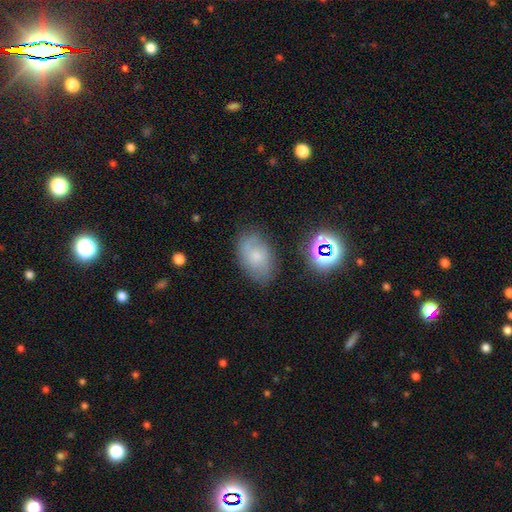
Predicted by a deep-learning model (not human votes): A smooth galaxy with no disk features (54%) that is in between round and cigar-shaped (86%).

Vote fractions:
- Smooth or featured? smooth: 54% / featured or disk: 32% / star or artifact: 14%
- How rounded? in between: 86% / round: 12% / cigar-shaped: 1%
- Merging? none: 70% / minor disturbance: 20% / major disturbance: 7% / merger: 3%